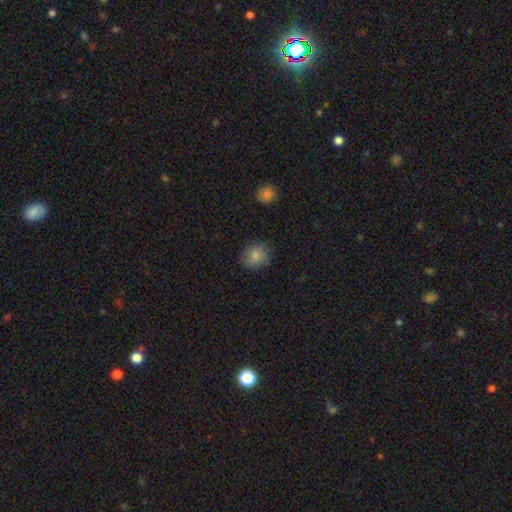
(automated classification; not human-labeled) The model was most divided on "how rounded": round: 76%, in between: 23%, cigar-shaped: 1%. More confident: smooth or featured — smooth (84%); merging — none (79%).